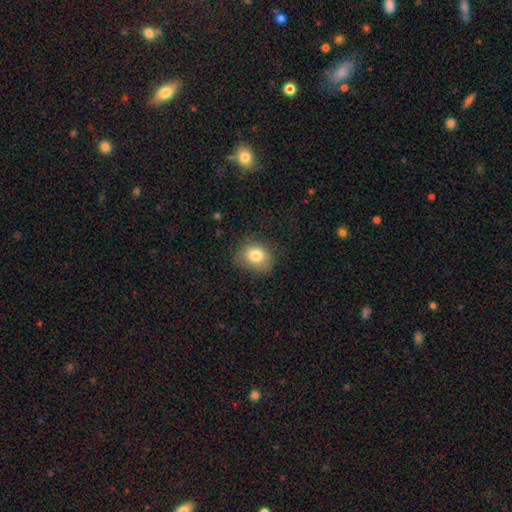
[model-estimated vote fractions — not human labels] The model was most divided on "how rounded": round: 56%, in between: 43%, cigar-shaped: 1%. More confident: smooth or featured — smooth (79%); merging — none (71%).